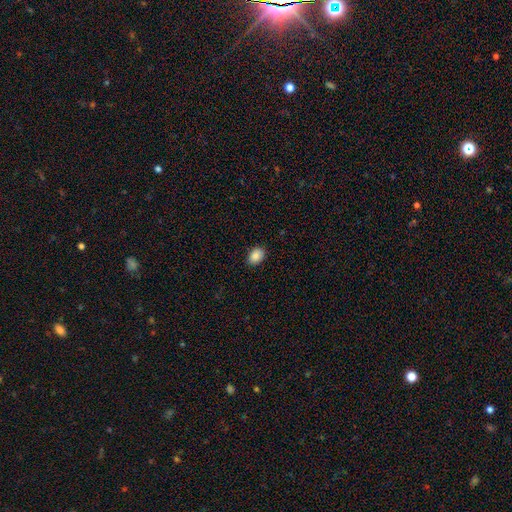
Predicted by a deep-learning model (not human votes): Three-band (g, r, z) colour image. It shows a smooth galaxy with no disk features (88%) that is in between round and cigar-shaped (82%). Merging: none (88%).